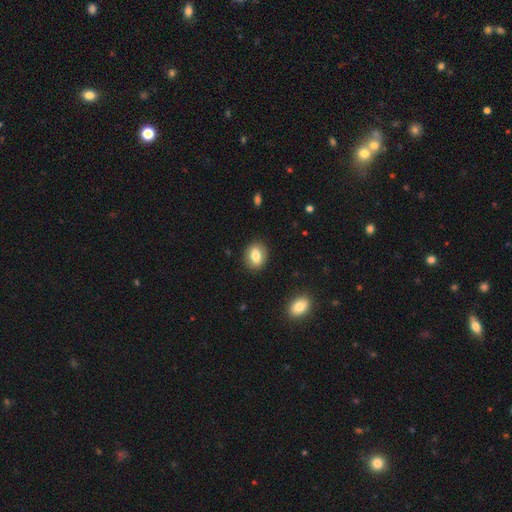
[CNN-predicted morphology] This appears to be a smooth galaxy with no disk features (78%) that is in between round and cigar-shaped (58%). Merging: none (87%).